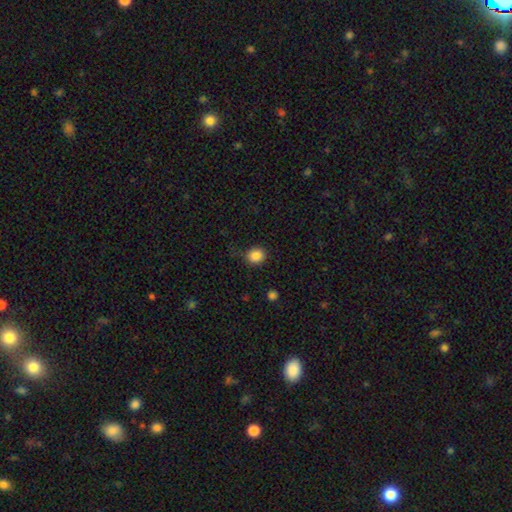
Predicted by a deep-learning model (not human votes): A smooth galaxy with no disk features (86%) that is round (83%).

Vote fractions:
- Smooth or featured? smooth: 86% / star or artifact: 10% / featured or disk: 4%
- How rounded? round: 83% / in between: 16% / cigar-shaped: 1%
- Merging? none: 79% / minor disturbance: 15% / major disturbance: 5% / merger: 2%